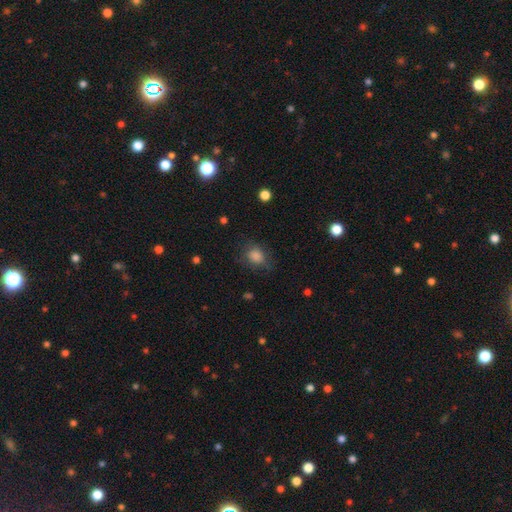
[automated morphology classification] Overall: smooth (79%). How rounded: round (58%; in between 40%). Merging: none (67%).